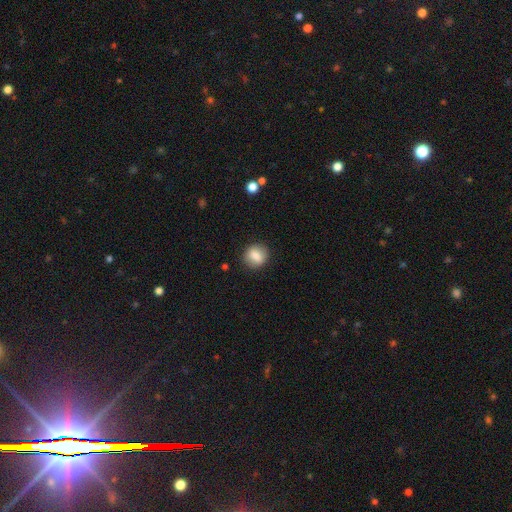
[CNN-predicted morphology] A smooth galaxy with no disk features (81%) that is round (75%). Merging: none (87%).